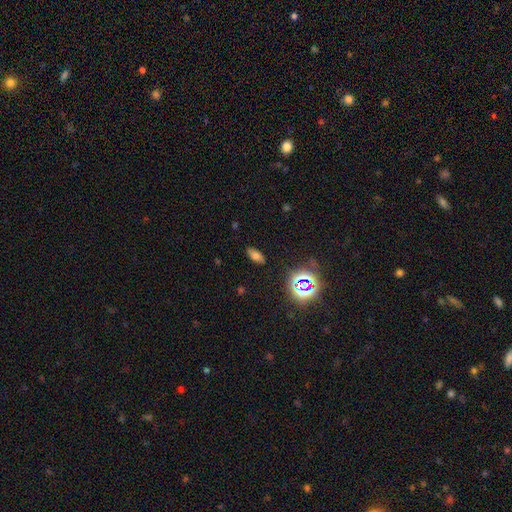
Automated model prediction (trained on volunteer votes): smooth_or_featured: smooth (p=0.67) [alt: star or artifact p=0.22]
how_rounded: in between (p=0.87) [alt: cigar-shaped p=0.08]
merging: none (p=0.85) [alt: minor disturbance p=0.11]